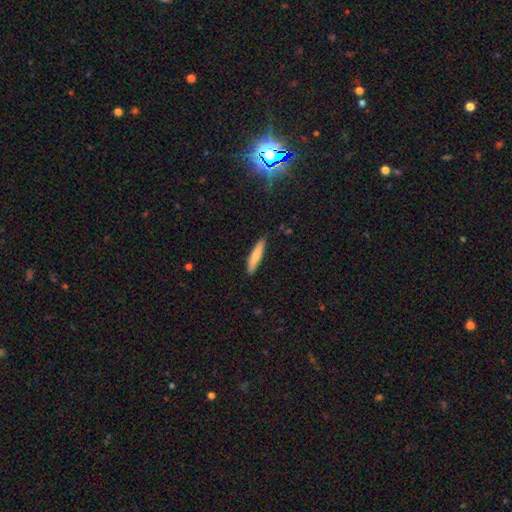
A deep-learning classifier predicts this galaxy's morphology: The model was most divided on "smooth or featured": smooth: 78%, featured or disk: 17%, star or artifact: 6%. More confident: merging — none (87%); how rounded — cigar-shaped (87%).